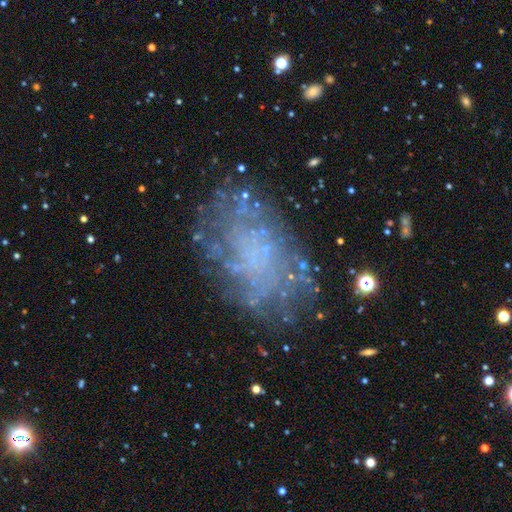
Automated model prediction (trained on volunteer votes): Smooth or featured? Predicted: featured or disk (p=0.64). Edge-on disk? Predicted: no (p=0.96). Bar? Predicted: no (p=0.86). Spiral arms? Predicted: yes (p=0.62). Bulge size? Predicted: none (p=0.66). Merging? Predicted: none (p=0.74).